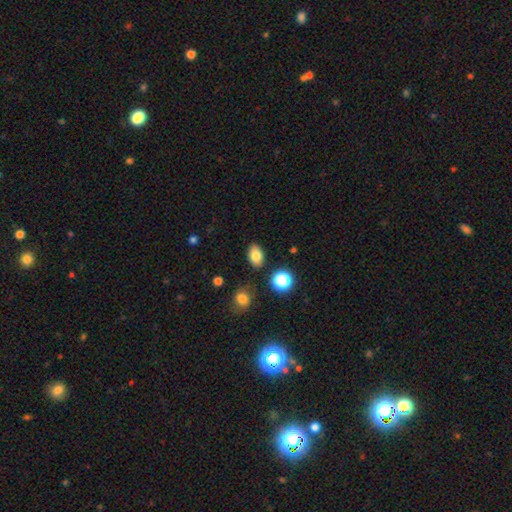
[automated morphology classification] smooth_or_featured: smooth (p=0.81) [alt: star or artifact p=0.11]
how_rounded: in between (p=0.85) [alt: round p=0.14]
merging: none (p=0.85) [alt: minor disturbance p=0.09]